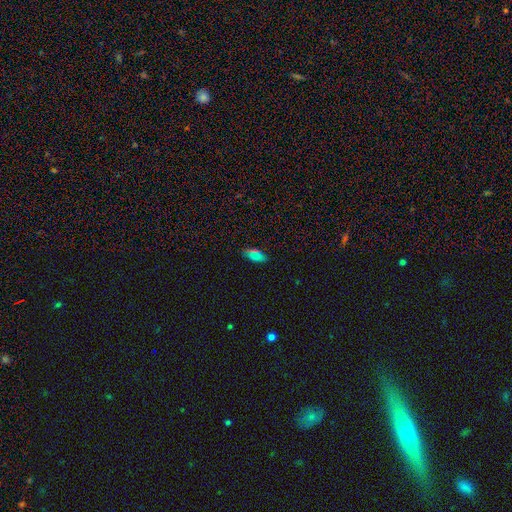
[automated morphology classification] smooth-or-featured: smooth: 64% | star or artifact: 25% | featured or disk: 11%
  how-rounded: in between: 89% | cigar-shaped: 6% | round: 5%
  merging: none: 80% | minor disturbance: 14% | major disturbance: 4% | merger: 3%